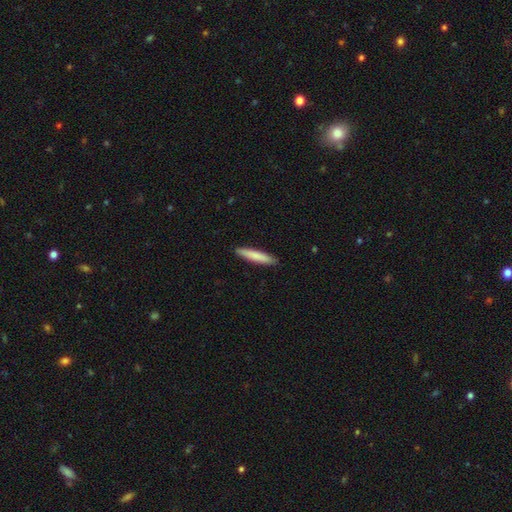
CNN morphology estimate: This is likely a smooth galaxy (79%). How rounded: clearly cigar-shaped (92%). Merging: clearly none (91%).